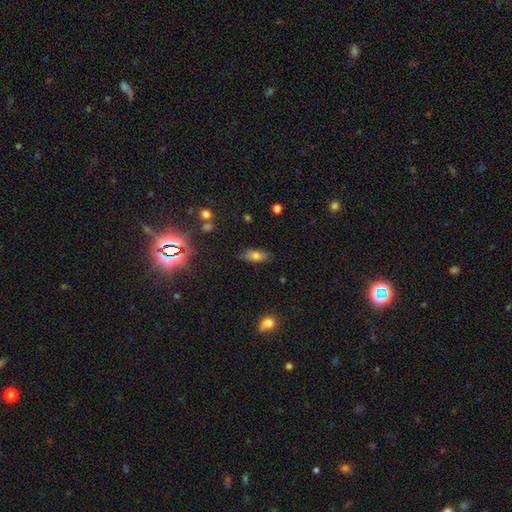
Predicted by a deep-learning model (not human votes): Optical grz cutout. It shows a smooth galaxy with no disk features (69%) that is in between round and cigar-shaped (83%). Merging: none (79%).